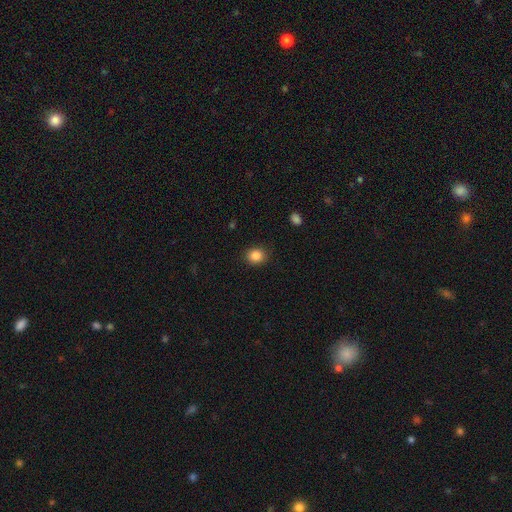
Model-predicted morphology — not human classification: Smooth or featured? smooth (85%)
How rounded? round (70%)
Merging? none (89%)